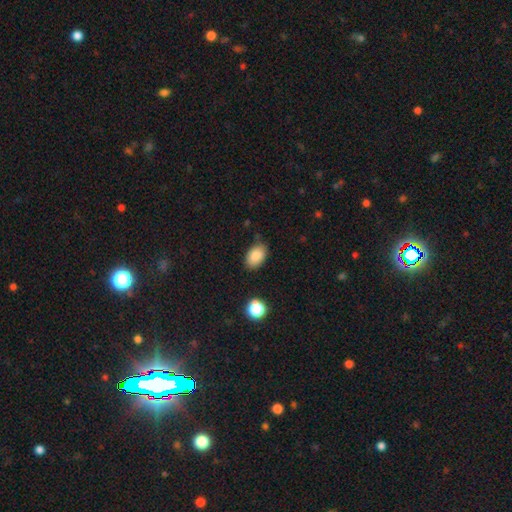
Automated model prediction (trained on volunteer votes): This is clearly a smooth galaxy (86%). How rounded: clearly in between (88%). Merging: likely none (78%).